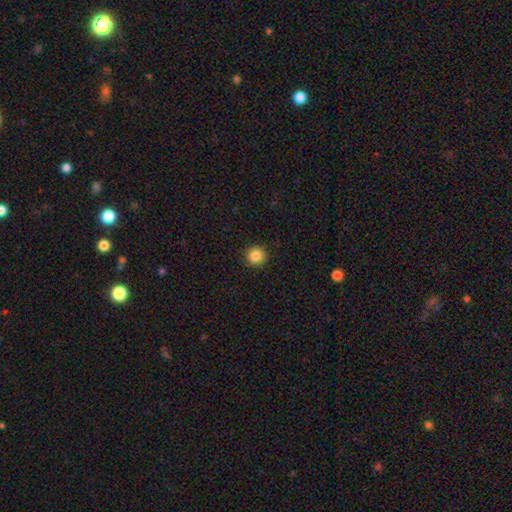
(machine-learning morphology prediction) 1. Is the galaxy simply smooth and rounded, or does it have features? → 86% smooth, 10% star or artifact, 4% featured or disk.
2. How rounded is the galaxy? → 94% round, 5% in between, 1% cigar-shaped.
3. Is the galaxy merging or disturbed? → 92% none, 6% minor disturbance, 2% major disturbance, 1% merger.